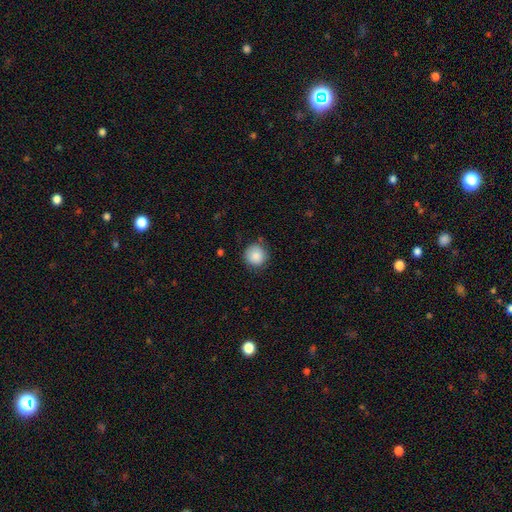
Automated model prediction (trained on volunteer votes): Smooth or featured? Predicted: smooth (p=0.86). How rounded? Predicted: round (p=0.94). Merging? Predicted: none (p=0.83).